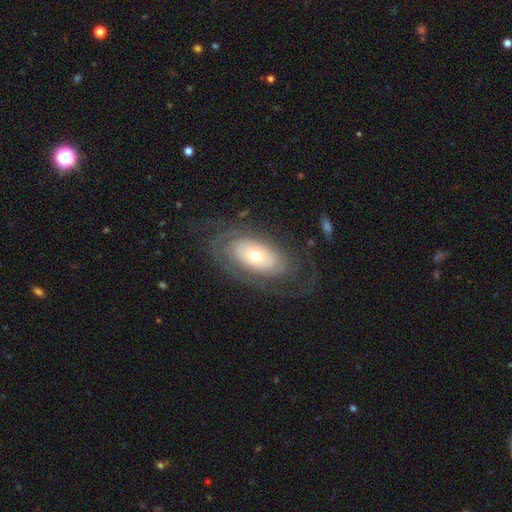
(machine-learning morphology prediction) A featured or disk galaxy (69%) with no bar (84%), spiral arms (71%) and a moderate central bulge (54%). Merging: none (69%).